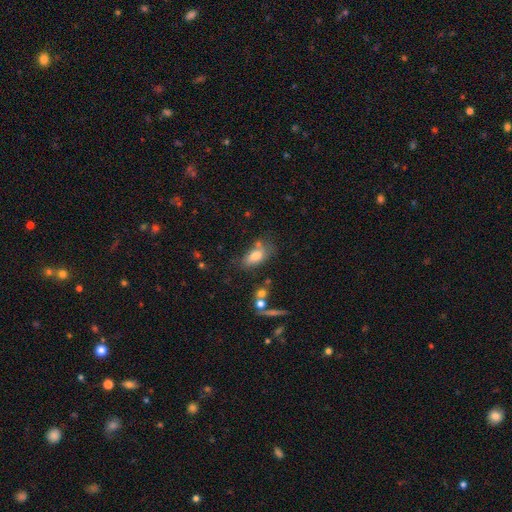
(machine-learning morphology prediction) A smooth galaxy with no disk features (77%) that is in between round and cigar-shaped (87%).

Vote fractions:
- Smooth or featured? smooth: 77% / featured or disk: 14% / star or artifact: 9%
- How rounded? in between: 87% / round: 7% / cigar-shaped: 6%
- Merging? none: 57% / minor disturbance: 21% / merger: 14% / major disturbance: 8%